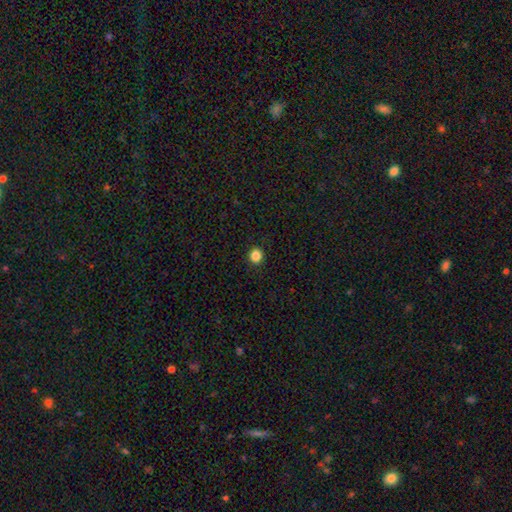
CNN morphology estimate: smooth_or_featured: smooth (p=0.86) [alt: star or artifact p=0.11]
how_rounded: round (p=0.91) [alt: in between p=0.08]
merging: none (p=0.93) [alt: minor disturbance p=0.05]